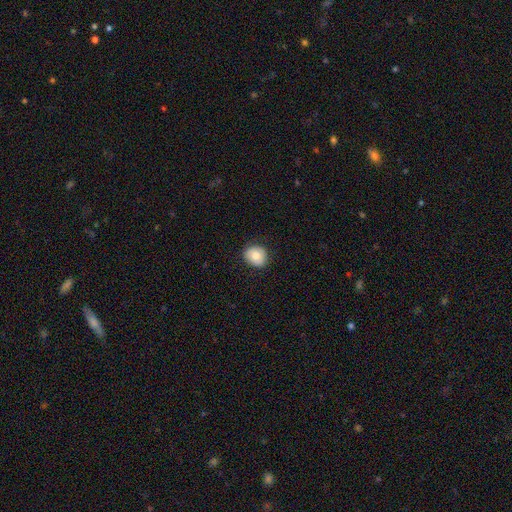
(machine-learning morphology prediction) This is likely a smooth galaxy (78%). How rounded: clearly round (80%). Merging: clearly none (86%).